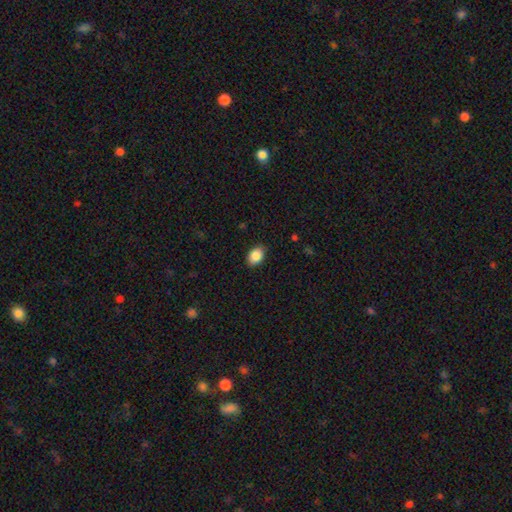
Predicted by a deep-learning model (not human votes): Smooth or featured? smooth (89%)
How rounded? in between (79%)
Merging? none (87%)